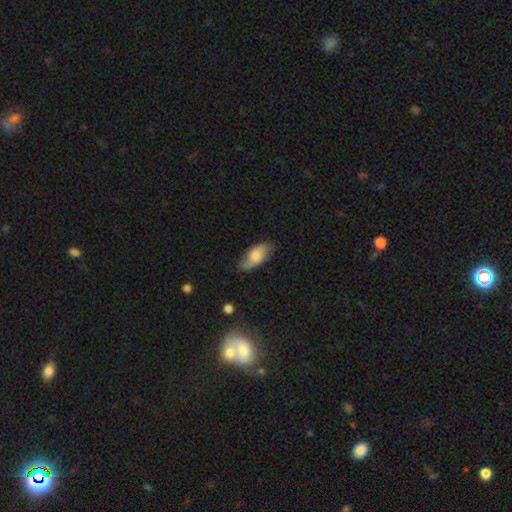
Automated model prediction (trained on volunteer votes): smooth 66%, featured or disk 27%, star or artifact 7%. Down the decision tree: how rounded — in between (88%); merging — none (74%).